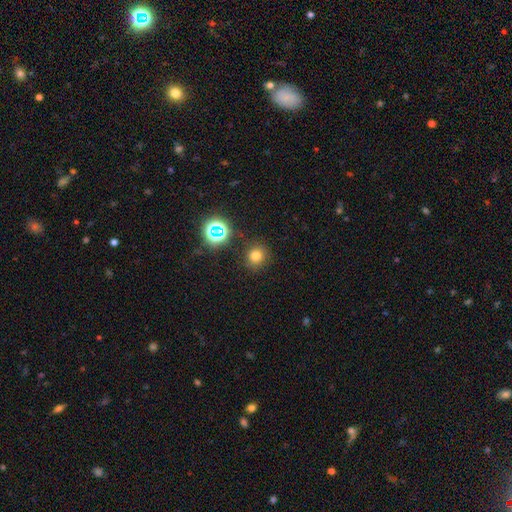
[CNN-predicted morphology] smooth 72%, star or artifact 21%, featured or disk 7%. Down the decision tree: how rounded — round (87%); merging — none (86%).